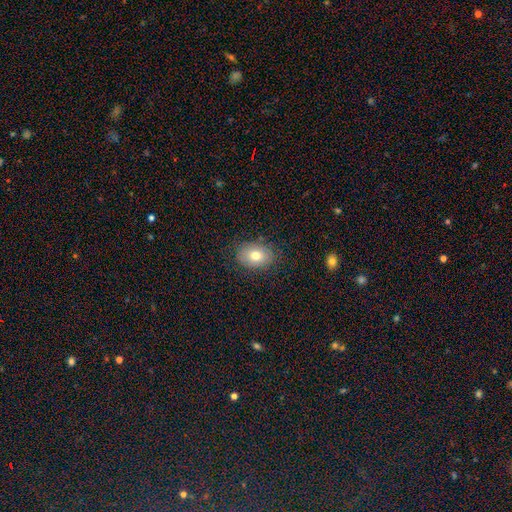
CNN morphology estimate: smooth_or_featured: smooth (p=0.75) [alt: featured or disk p=0.16]
how_rounded: in between (p=0.75) [alt: round p=0.24]
merging: none (p=0.83) [alt: minor disturbance p=0.12]